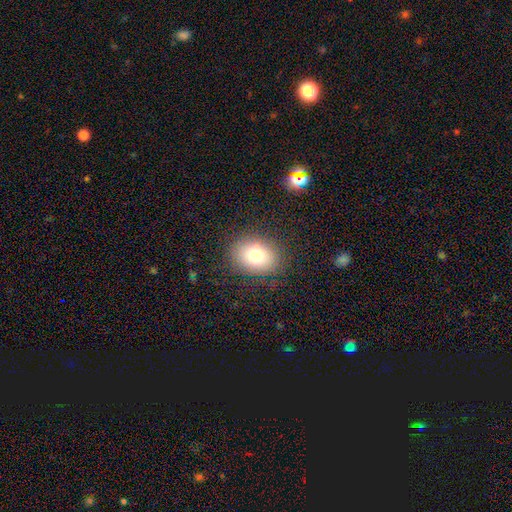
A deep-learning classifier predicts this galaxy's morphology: The model was most divided on "how rounded": in between: 62%, round: 37%, cigar-shaped: 1%. More confident: merging — none (85%); smooth or featured — smooth (80%).